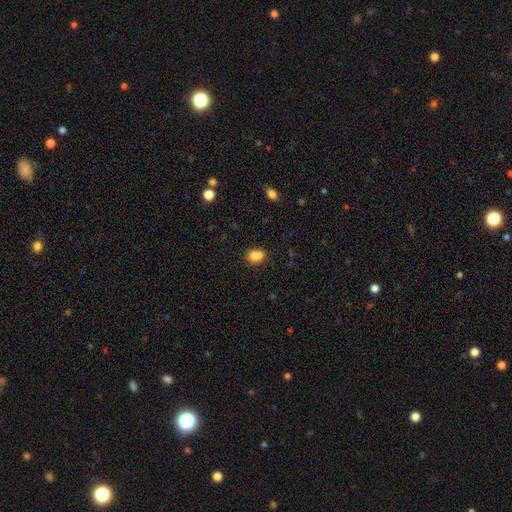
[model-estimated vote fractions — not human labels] Smooth or featured: smooth — 77% (featured or disk — 12%)
How rounded: round — 53% (in between — 46%)
Merging: merger — 42% (none — 41%)